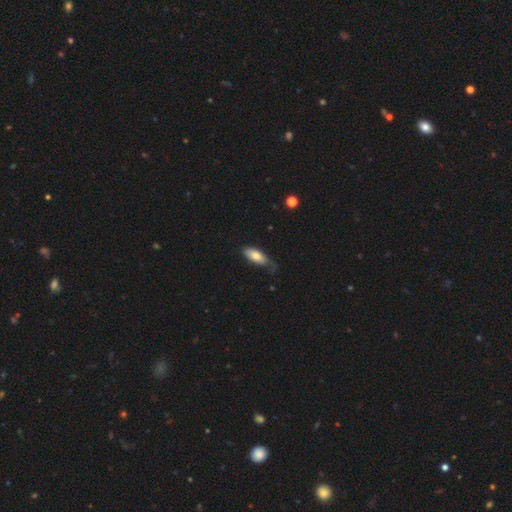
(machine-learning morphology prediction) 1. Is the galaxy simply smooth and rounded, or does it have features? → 73% smooth, 21% featured or disk, 6% star or artifact.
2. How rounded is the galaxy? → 81% in between, 16% cigar-shaped, 2% round.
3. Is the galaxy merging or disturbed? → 45% none, 38% minor disturbance, 15% major disturbance, 3% merger.